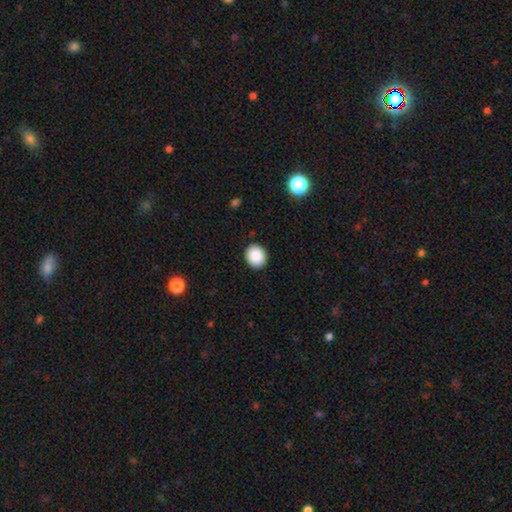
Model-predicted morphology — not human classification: A smooth galaxy with no disk features (89%) that is round (75%). Merging: none (91%).